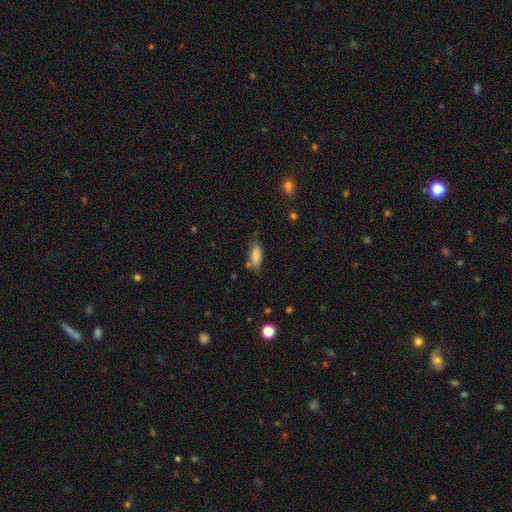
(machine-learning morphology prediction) A smooth galaxy with no disk features (83%) that is in between round and cigar-shaped (77%). Merging: none (66%).